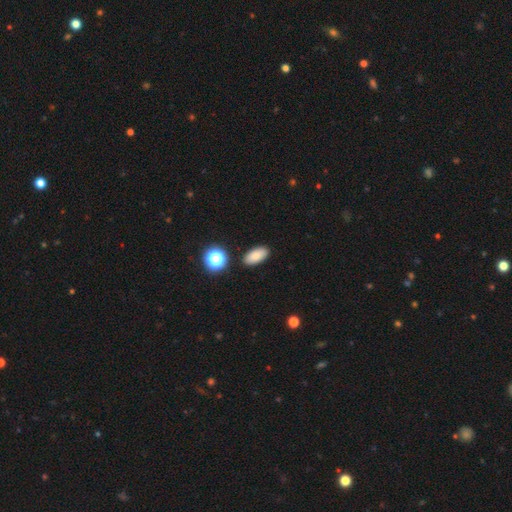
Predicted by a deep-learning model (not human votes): A smooth galaxy with no disk features (84%) that is in between round and cigar-shaped (91%).

Vote fractions:
- Smooth or featured? smooth: 84% / star or artifact: 10% / featured or disk: 6%
- How rounded? in between: 91% / round: 5% / cigar-shaped: 4%
- Merging? none: 88% / minor disturbance: 8% / merger: 2% / major disturbance: 2%